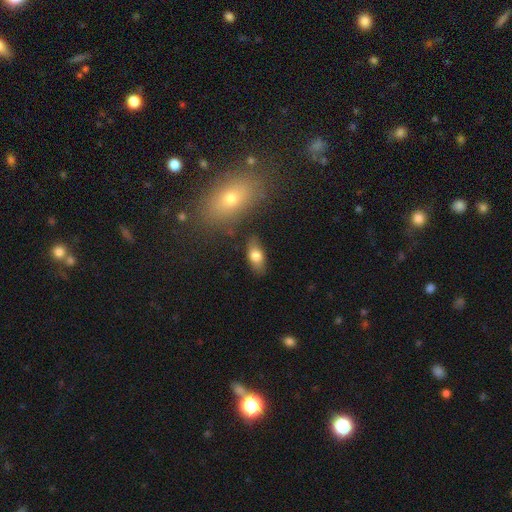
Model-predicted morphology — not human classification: A smooth galaxy with no disk features (75%) that is in between round and cigar-shaped (87%).

Vote fractions:
- Smooth or featured? smooth: 75% / featured or disk: 18% / star or artifact: 8%
- How rounded? in between: 87% / cigar-shaped: 8% / round: 6%
- Merging? none: 79% / minor disturbance: 13% / merger: 4% / major disturbance: 4%